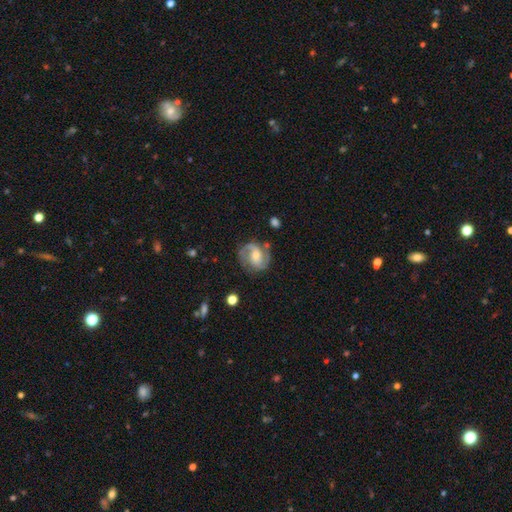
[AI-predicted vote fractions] Smooth or featured?
  - featured or disk: 80% *
  - smooth: 14%
  - star or artifact: 6%
Edge-on disk?
  - no: 98% *
  - yes: 2%
Bar?
  - no: 42% *
  - weak: 41%
  - strong: 17%
Spiral arms?
  - yes: 94% *
  - no: 6%
Spiral winding?
  - medium: 51% *
  - tight: 30%
  - loose: 19%
Spiral arm count?
  - 2: 85% *
  - can't tell: 6%
  - 1: 4%
  - 3: 3%
  - 4: 1%
  - more than 4: 1%
Bulge size?
  - moderate: 48% *
  - small: 43%
  - large: 4%
  - none: 3%
  - dominant: 1%
Merging?
  - none: 70% *
  - minor disturbance: 18%
  - major disturbance: 9%
  - merger: 3%